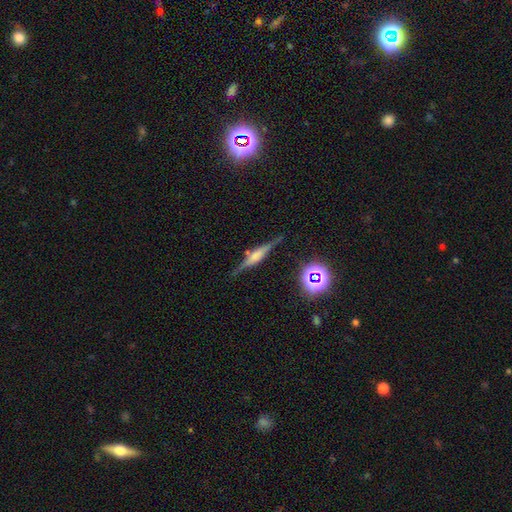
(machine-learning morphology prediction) Smooth or featured?
  - featured or disk: 72% *
  - smooth: 19%
  - star or artifact: 9%
Edge-on disk?
  - yes: 97% *
  - no: 3%
Edge-on bulge?
  - rounded: 51% *
  - boxy: 41%
  - none: 7%
Merging?
  - none: 83% *
  - minor disturbance: 11%
  - major disturbance: 3%
  - merger: 2%